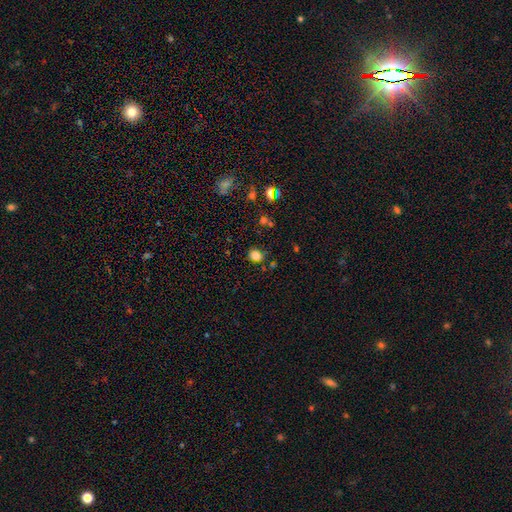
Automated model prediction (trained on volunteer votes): A smooth galaxy with no disk features (81%) that is round (57%). Merging: none (80%).